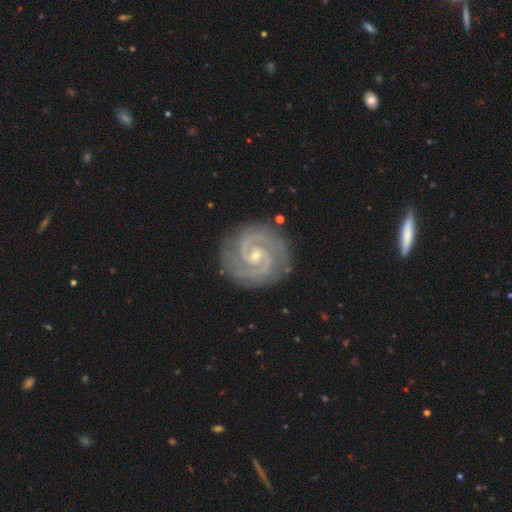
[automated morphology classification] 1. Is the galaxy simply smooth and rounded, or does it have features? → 93% featured or disk, 4% star or artifact, 2% smooth.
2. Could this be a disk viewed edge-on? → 98% no, 2% yes.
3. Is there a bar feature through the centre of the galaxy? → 51% no, 36% weak, 14% strong.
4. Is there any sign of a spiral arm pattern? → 99% yes, 1% no.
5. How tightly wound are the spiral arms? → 65% tight, 32% medium, 3% loose.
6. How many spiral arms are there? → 90% 2, 5% 3, 2% can't tell, 1% 4, 1% 1, 1% more than 4.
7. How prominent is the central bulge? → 73% small, 24% moderate, 2% none, 1% large, 1% dominant.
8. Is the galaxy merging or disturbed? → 85% none, 11% minor disturbance, 3% major disturbance, 1% merger.